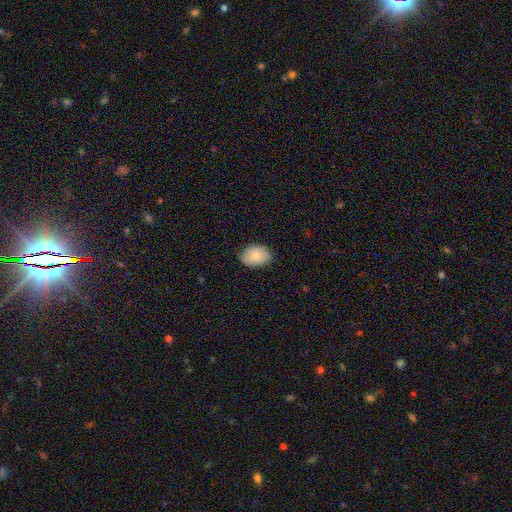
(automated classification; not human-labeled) This appears to be a smooth galaxy with no disk features (83%) that is in between round and cigar-shaped (82%). Merging: none (77%).